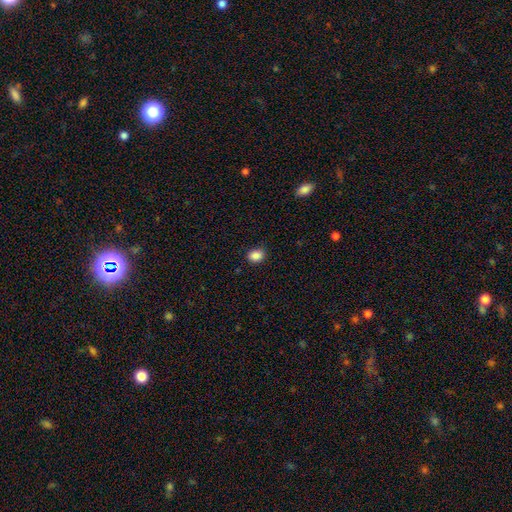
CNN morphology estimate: smooth-or-featured: smooth: 88% | star or artifact: 9% | featured or disk: 3%
  how-rounded: in between: 56% | round: 43% | cigar-shaped: 1%
  merging: none: 86% | minor disturbance: 10% | major disturbance: 2% | merger: 1%